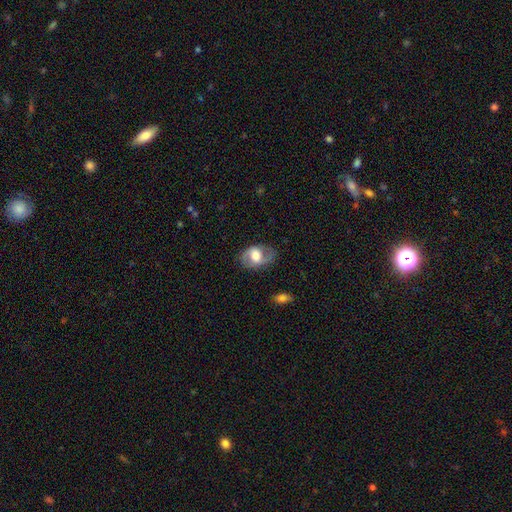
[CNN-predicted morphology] Q: Smooth or featured?
A: featured or disk (49%); runner-up: smooth (44%)
Q: Merging?
A: none (72%); runner-up: minor disturbance (18%)